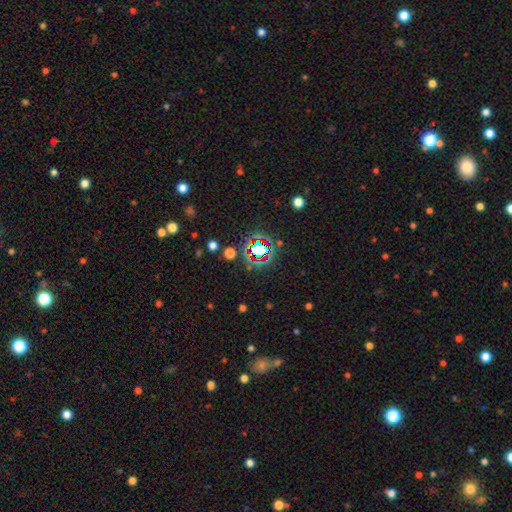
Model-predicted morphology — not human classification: Smooth or featured? Predicted: star or artifact (p=0.76).